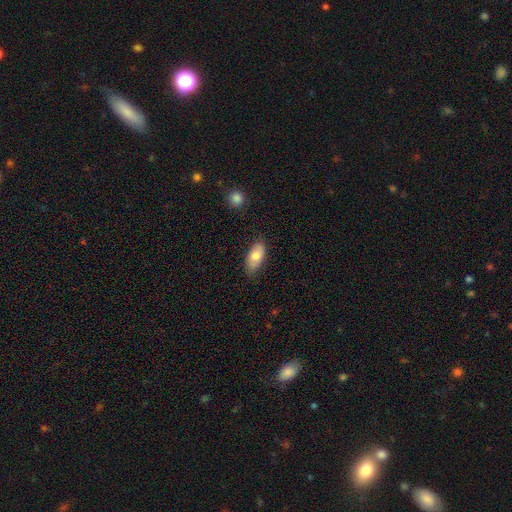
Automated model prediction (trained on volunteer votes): This is likely a smooth galaxy (76%). How rounded: clearly in between (92%). Merging: clearly none (82%).